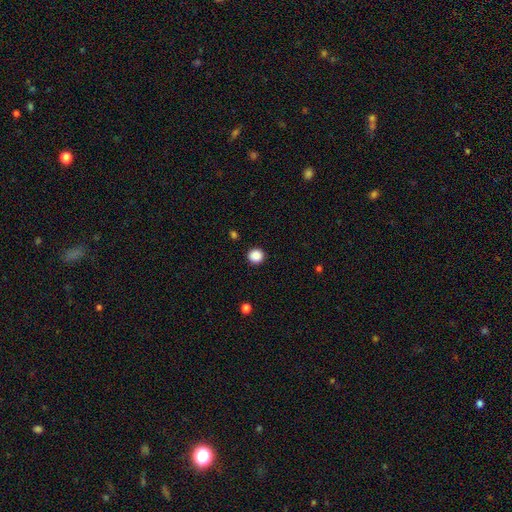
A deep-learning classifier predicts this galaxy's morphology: This is clearly a smooth galaxy (88%). How rounded: clearly round (92%). Merging: clearly none (92%).